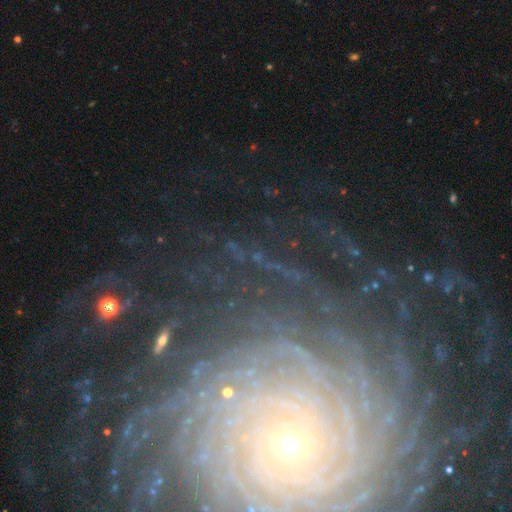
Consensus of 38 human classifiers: Smooth or featured?
  - featured or disk: 97% *
  - star or artifact: 3%
  - smooth: 0%
Edge-on disk?
  - no: 100% *
  - yes: 0%
Bar?
  - no: 89% *
  - strong: 11%
  - weak: 0%
Spiral arms?
  - yes: 100% *
  - no: 0%
Spiral winding?
  - tight: 84% *
  - medium: 11%
  - loose: 5%
Spiral arm count?
  - more than 4: 89% *
  - can't tell: 8%
  - 3: 3%
  - 1: 0%
  - 2: 0%
  - 4: 0%
Bulge size?
  - small: 89% *
  - moderate: 11%
  - dominant: 0%
  - large: 0%
  - none: 0%
Merging?
  - none: 73% *
  - minor disturbance: 16%
  - major disturbance: 11%
  - merger: 0%